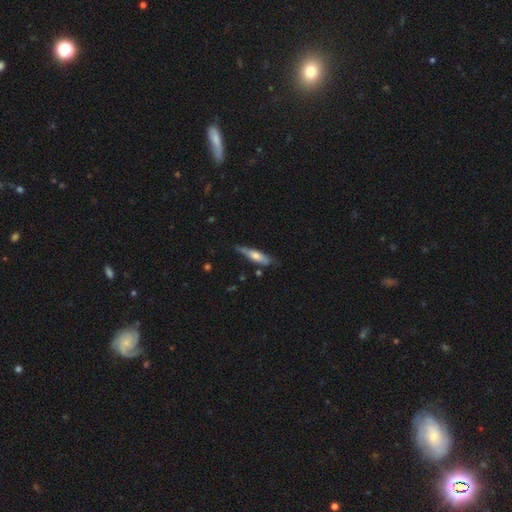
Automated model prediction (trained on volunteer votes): A smooth galaxy with no disk features (52%) that is cigar-shaped (75%). Merging: none (65%).